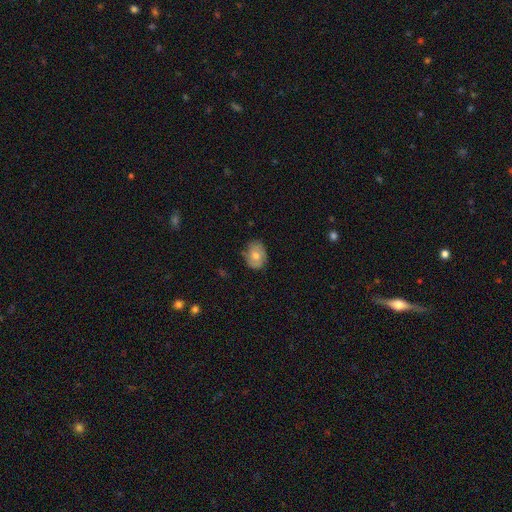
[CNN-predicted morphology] Smooth or featured: smooth — 63% (featured or disk — 29%)
How rounded: in between — 62% (round — 37%)
Merging: none — 71% (minor disturbance — 23%)